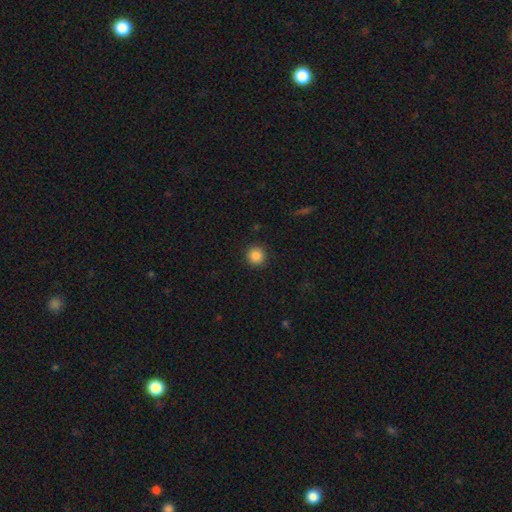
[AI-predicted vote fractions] Smooth or featured?
  - smooth: 87% *
  - star or artifact: 10%
  - featured or disk: 3%
How rounded?
  - round: 94% *
  - in between: 5%
  - cigar-shaped: 1%
Merging?
  - none: 92% *
  - minor disturbance: 5%
  - major disturbance: 2%
  - merger: 1%